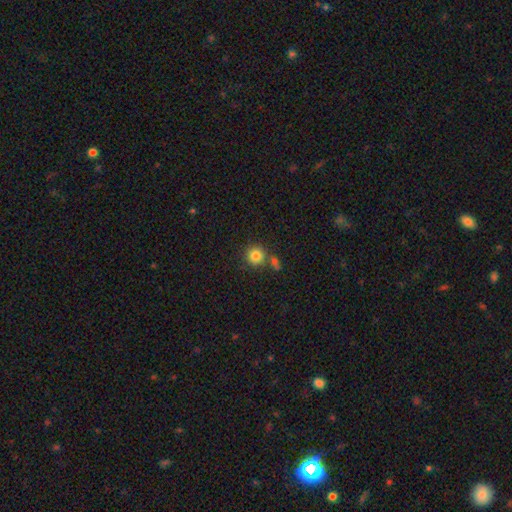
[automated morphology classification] Smooth or featured?
  - smooth: 83% *
  - star or artifact: 10%
  - featured or disk: 6%
How rounded?
  - round: 92% *
  - in between: 7%
  - cigar-shaped: 1%
Merging?
  - none: 70% *
  - merger: 17%
  - minor disturbance: 9%
  - major disturbance: 3%